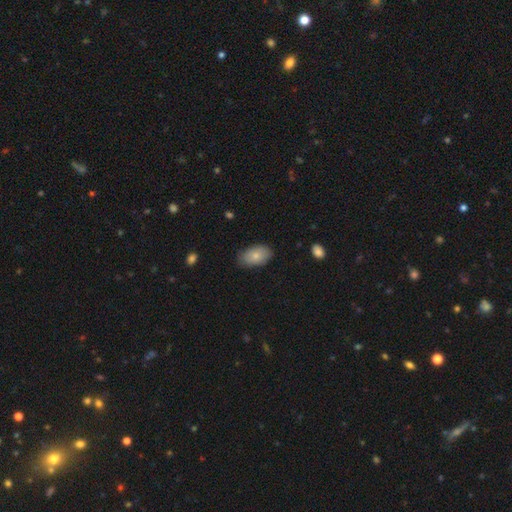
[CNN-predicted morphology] This is likely a smooth galaxy (79%). How rounded: clearly in between (93%). Merging: likely none (78%).